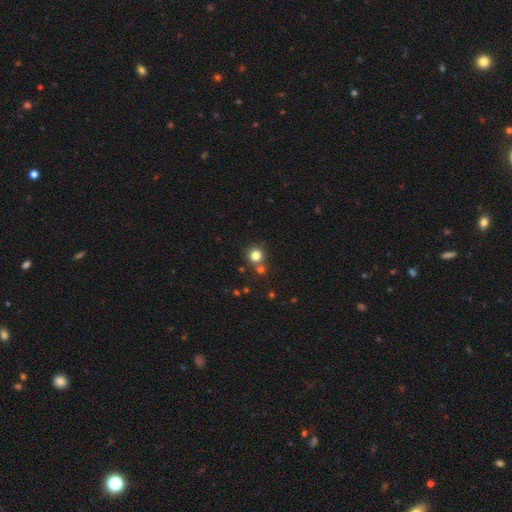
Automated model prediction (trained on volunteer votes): Smooth or featured? Predicted: smooth (p=0.80). How rounded? Predicted: round (p=0.91). Merging? Predicted: none (p=0.69).